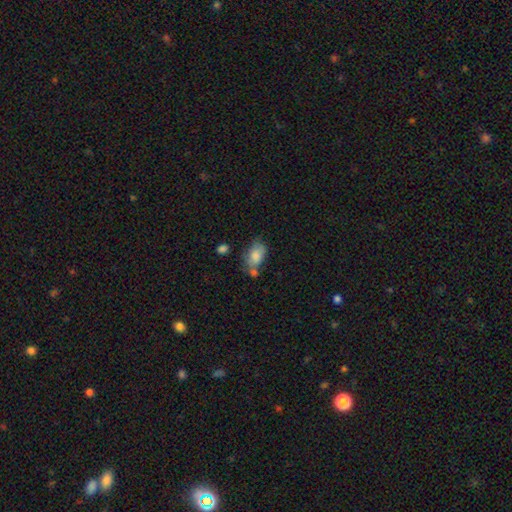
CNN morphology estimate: The model was most divided on "merging": none: 46%, minor disturbance: 25%, merger: 20%, major disturbance: 9%. More confident: how rounded — in between (89%); smooth or featured — smooth (80%).